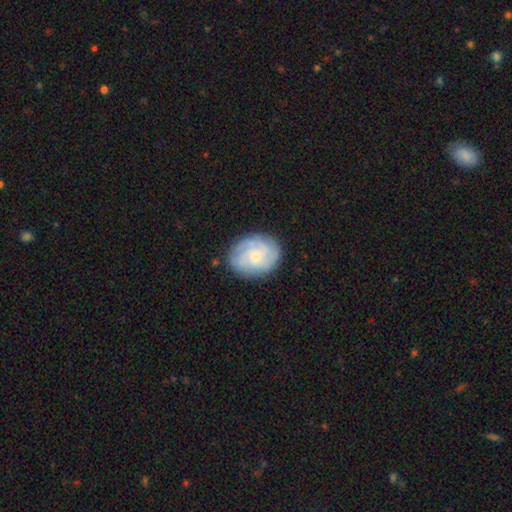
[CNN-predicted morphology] Q: Smooth or featured?
A: featured or disk (67%); runner-up: smooth (26%)
Q: Edge-on disk?
A: no (98%); runner-up: yes (2%)
Q: Bar?
A: no (73%); runner-up: weak (24%)
Q: Spiral arms?
A: yes (93%); runner-up: no (7%)
Q: Spiral winding?
A: tight (60%); runner-up: medium (31%)
Q: Spiral arm count?
A: can't tell (31%); runner-up: 3 (24%)
Q: Bulge size?
A: small (67%); runner-up: moderate (28%)
Q: Merging?
A: none (81%); runner-up: minor disturbance (14%)